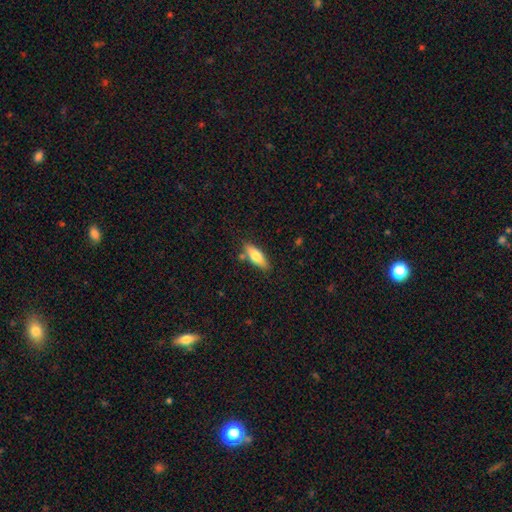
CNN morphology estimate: smooth-or-featured: smooth: 68% | featured or disk: 26% | star or artifact: 6%
  how-rounded: in between: 57% | cigar-shaped: 41% | round: 3%
  merging: none: 78% | minor disturbance: 13% | merger: 6% | major disturbance: 3%